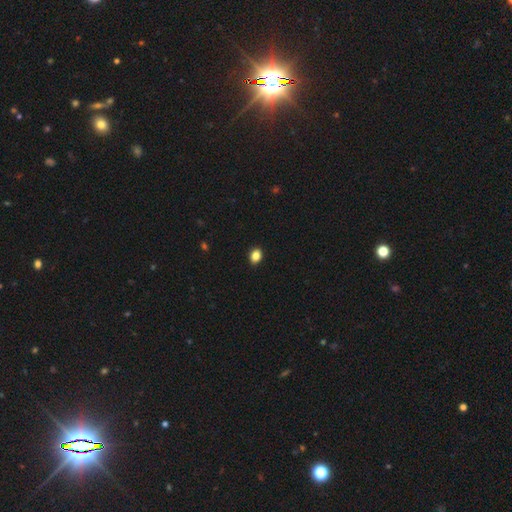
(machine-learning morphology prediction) The model was most divided on "how rounded": in between: 63%, round: 36%, cigar-shaped: 1%. More confident: merging — none (90%); smooth or featured — smooth (86%).